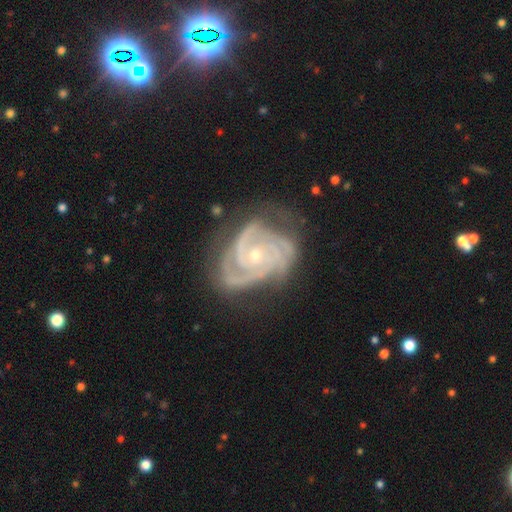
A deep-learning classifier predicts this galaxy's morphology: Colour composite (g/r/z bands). It shows a featured or disk galaxy (92%) with no bar (69%), 3 (54%) tight (68%) spiral arms (99%) and a small central bulge (58%). Merging: none (64%).